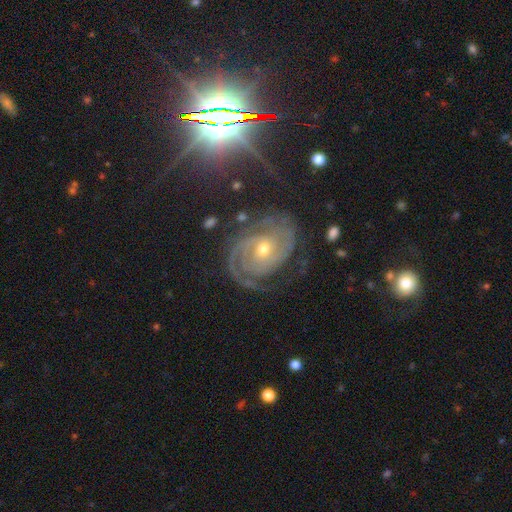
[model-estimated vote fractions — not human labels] A featured or disk galaxy (84%) with no bar (62%), 2 (47%) tight (71%) spiral arms (97%) and a moderate central bulge (50%). Merging: none (74%).